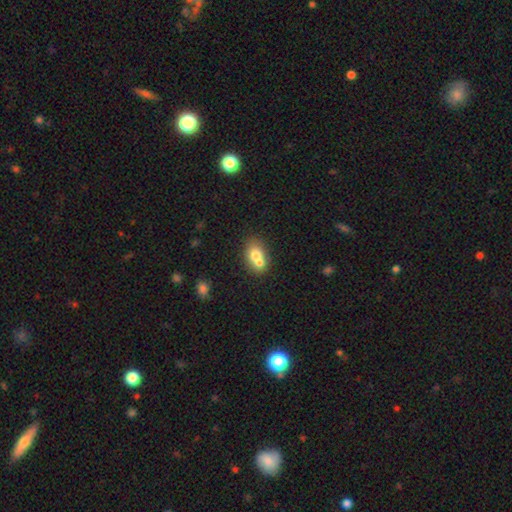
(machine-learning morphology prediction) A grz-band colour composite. It shows a smooth galaxy with no disk features (70%) that is in between round and cigar-shaped (60%). Merging: merger (59%).